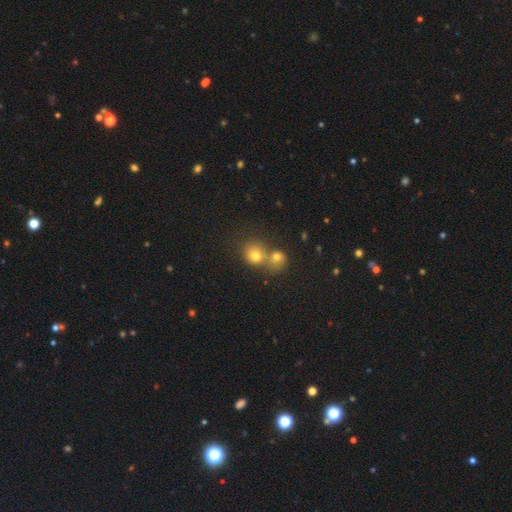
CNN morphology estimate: This is likely a smooth galaxy (74%). How rounded: likely round (78%). Merging: possibly merger (54%).